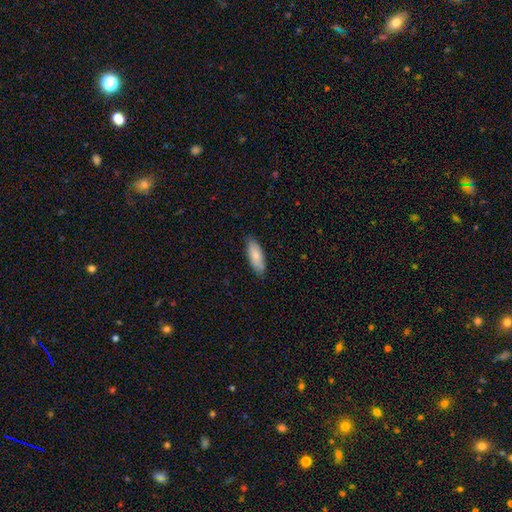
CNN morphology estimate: Smooth or featured? smooth (81%)
How rounded? in between (73%)
Merging? none (84%)